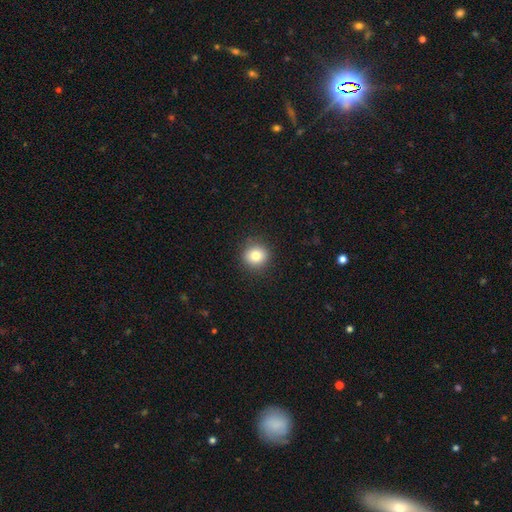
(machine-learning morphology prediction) Overall: smooth (82%). How rounded: round (90%). Merging: none (90%).